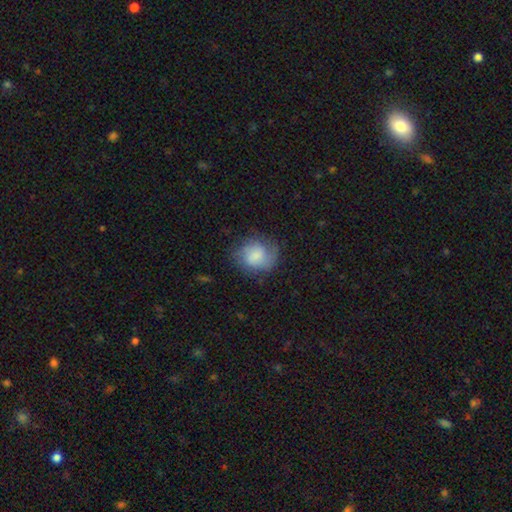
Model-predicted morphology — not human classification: This appears to be a smooth galaxy with no disk features (59%) that is round (74%). Merging: none (66%).